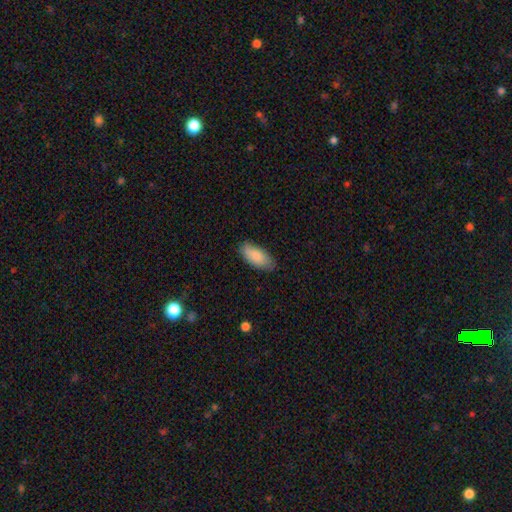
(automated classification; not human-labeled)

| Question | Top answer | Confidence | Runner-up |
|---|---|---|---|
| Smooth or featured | smooth | 86% | featured or disk (9%) |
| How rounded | in between | 88% | cigar-shaped (10%) |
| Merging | none | 78% | minor disturbance (18%) |